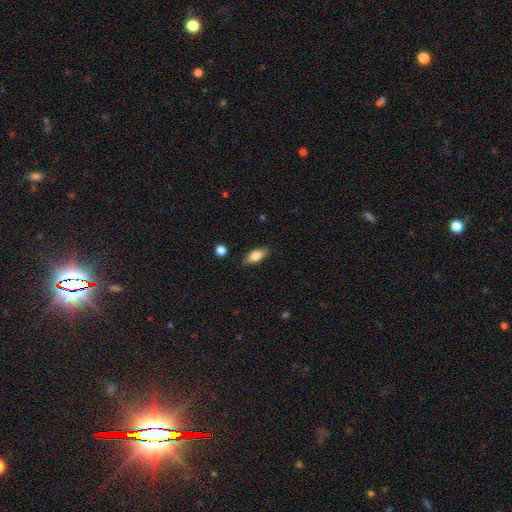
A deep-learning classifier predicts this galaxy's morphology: type=smooth (75%); roundness=in between (80%); merging=none (85%).